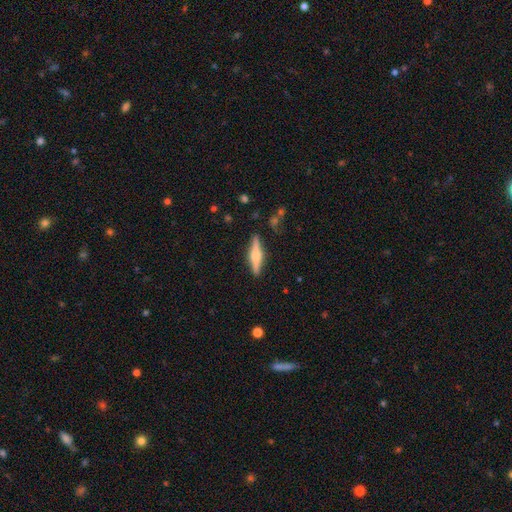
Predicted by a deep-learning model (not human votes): smooth_or_featured: featured or disk (p=0.65) [alt: smooth p=0.29]
disk_edge_on: yes (p=0.97) [alt: no p=0.03]
edge_on_bulge: rounded (p=0.89) [alt: boxy p=0.08]
merging: none (p=0.89) [alt: minor disturbance p=0.08]